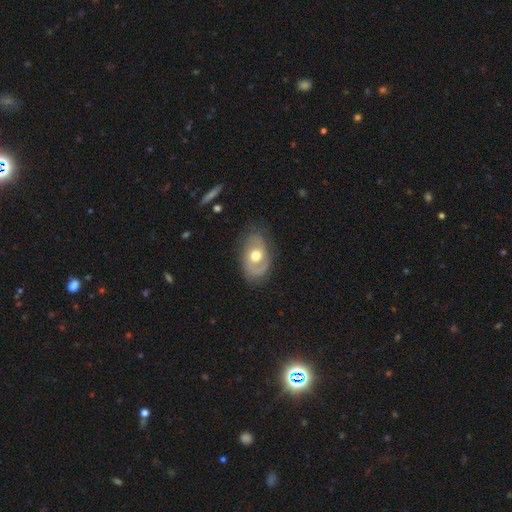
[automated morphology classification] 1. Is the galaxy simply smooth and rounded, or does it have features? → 60% featured or disk, 34% smooth, 6% star or artifact.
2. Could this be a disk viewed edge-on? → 93% no, 7% yes.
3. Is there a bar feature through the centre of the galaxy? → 76% no, 20% weak, 4% strong.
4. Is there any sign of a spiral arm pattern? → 65% yes, 35% no.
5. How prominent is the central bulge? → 71% moderate, 20% large, 6% small, 1% dominant, 1% none.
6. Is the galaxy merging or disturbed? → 64% none, 23% minor disturbance, 11% major disturbance, 2% merger.